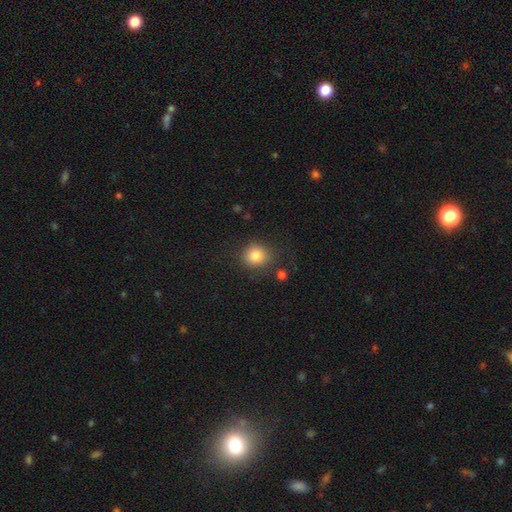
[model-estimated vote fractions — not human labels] smooth 82%, star or artifact 11%, featured or disk 7%. Down the decision tree: how rounded — round (83%); merging — none (81%).